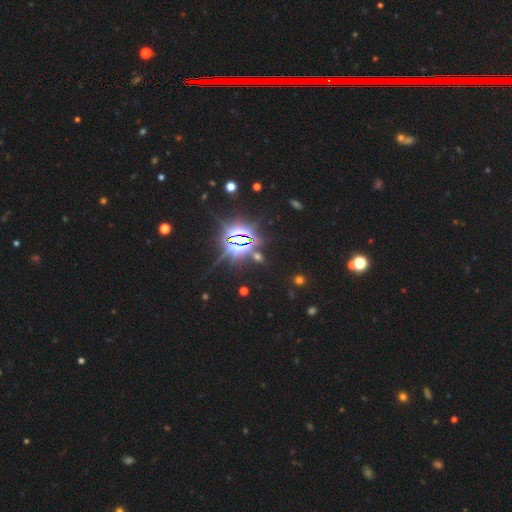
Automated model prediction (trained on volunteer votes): This appears to be a star or artifact, not a galaxy (82%).